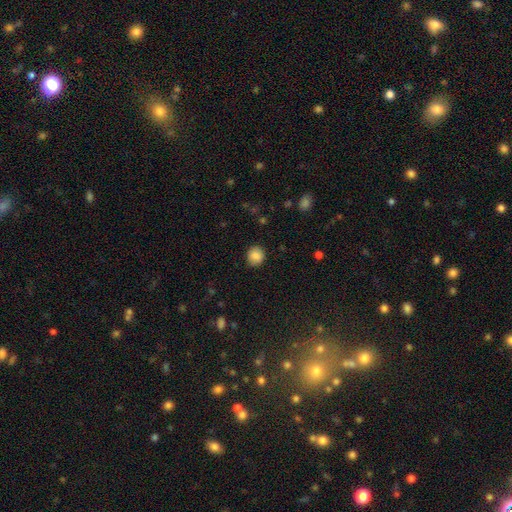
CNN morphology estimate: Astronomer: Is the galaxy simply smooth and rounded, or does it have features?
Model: smooth — 86%.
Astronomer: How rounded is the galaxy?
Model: round — 83%.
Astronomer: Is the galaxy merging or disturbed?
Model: none — 88%.